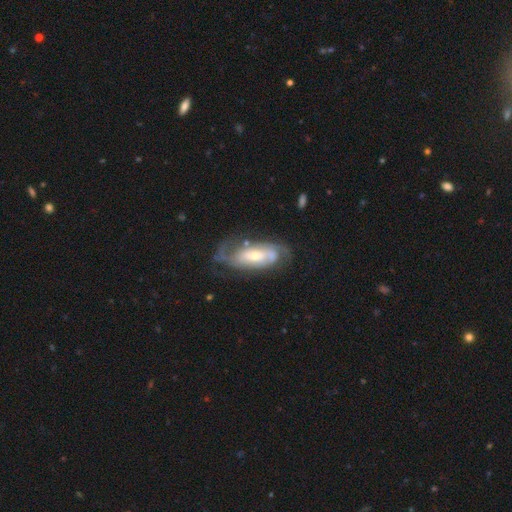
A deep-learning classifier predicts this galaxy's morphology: Smooth or featured: featured or disk — 80% (smooth — 14%)
Edge-on disk: no — 92% (yes — 8%)
Bar: no — 51% (weak — 32%)
Spiral arms: yes — 89% (no — 11%)
Spiral winding: tight — 47% (medium — 36%)
Spiral arm count: 2 — 50% (can't tell — 29%)
Bulge size: small — 50% (moderate — 44%)
Merging: none — 57% (minor disturbance — 21%)